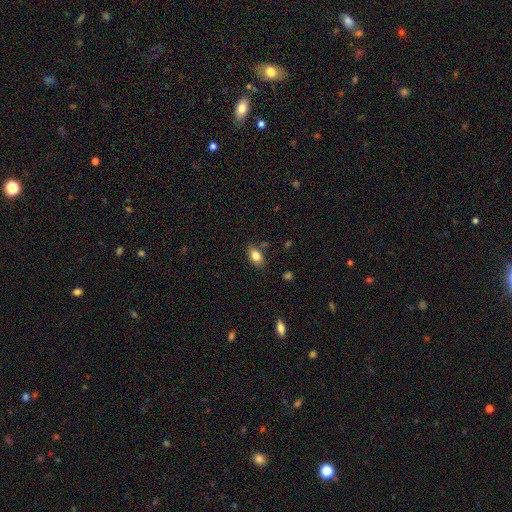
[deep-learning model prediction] The model was most divided on "merging": none: 80%, minor disturbance: 13%, merger: 3%, major disturbance: 3%. More confident: how rounded — in between (87%); smooth or featured — smooth (82%).